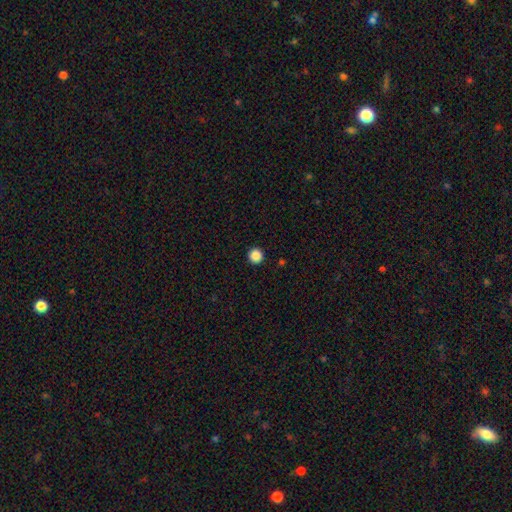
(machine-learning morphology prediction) Q: Smooth or featured?
A: smooth (87%); runner-up: star or artifact (10%)
Q: How rounded?
A: round (96%); runner-up: in between (3%)
Q: Merging?
A: none (94%); runner-up: minor disturbance (4%)